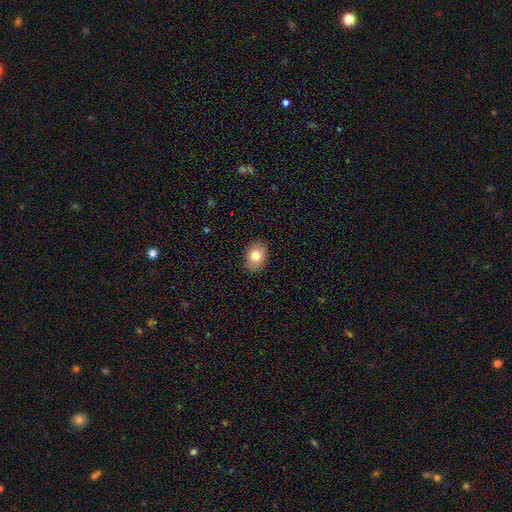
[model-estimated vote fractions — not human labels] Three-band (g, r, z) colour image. It shows a smooth galaxy with no disk features (80%) that is in between round and cigar-shaped (72%). Merging: none (87%).